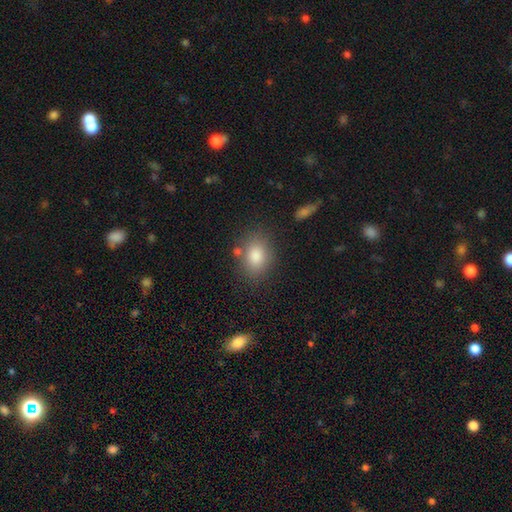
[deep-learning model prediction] This is clearly a smooth galaxy (83%). How rounded: likely in between (72%). Merging: likely none (77%).